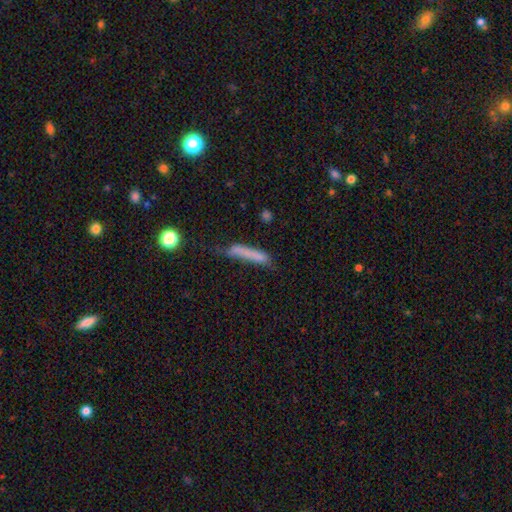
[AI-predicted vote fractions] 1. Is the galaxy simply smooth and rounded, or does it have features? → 71% smooth, 19% featured or disk, 10% star or artifact.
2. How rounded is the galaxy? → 90% cigar-shaped, 7% in between, 2% round.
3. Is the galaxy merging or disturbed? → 50% none, 28% minor disturbance, 16% major disturbance, 7% merger.